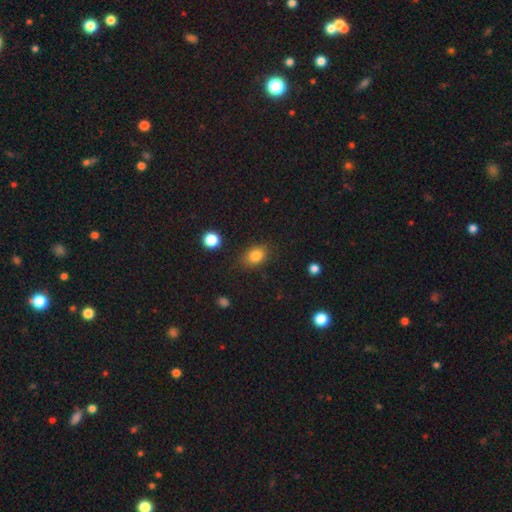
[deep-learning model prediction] A smooth galaxy with no disk features (83%) that is in between round and cigar-shaped (65%).

Vote fractions:
- Smooth or featured? smooth: 83% / star or artifact: 11% / featured or disk: 6%
- How rounded? in between: 65% / round: 34% / cigar-shaped: 1%
- Merging? none: 81% / minor disturbance: 13% / major disturbance: 4% / merger: 2%